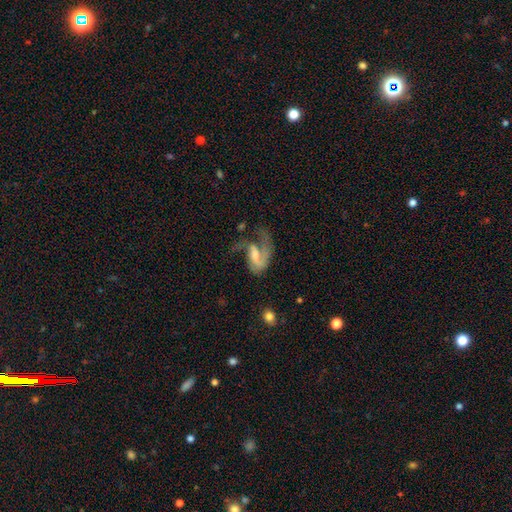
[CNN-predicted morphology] This is likely a featured or disk galaxy (76%). It is clearly not viewed edge-on (97%). Bar: marginally weak (44%). Spiral arm pattern: clearly yes (89%). Spiral arm count: possibly 1 (52%). Spiral winding: possibly loose (46%). Central bulge: marginally moderate (33%). Merging: possibly major disturbance (51%).